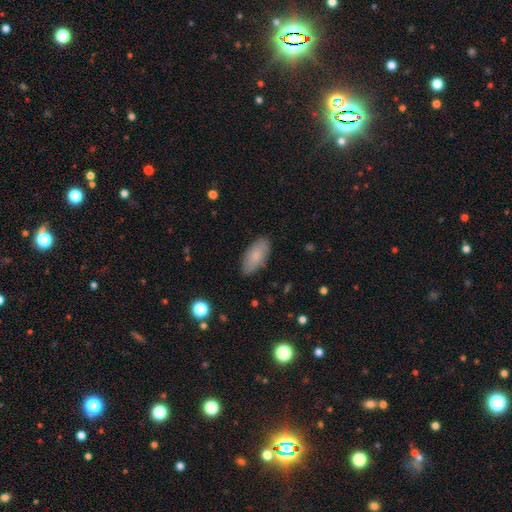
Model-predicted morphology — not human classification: Smooth or featured?
  - smooth: 81% *
  - featured or disk: 12%
  - star or artifact: 6%
How rounded?
  - in between: 89% *
  - cigar-shaped: 9%
  - round: 2%
Merging?
  - none: 85% *
  - minor disturbance: 11%
  - major disturbance: 2%
  - merger: 1%